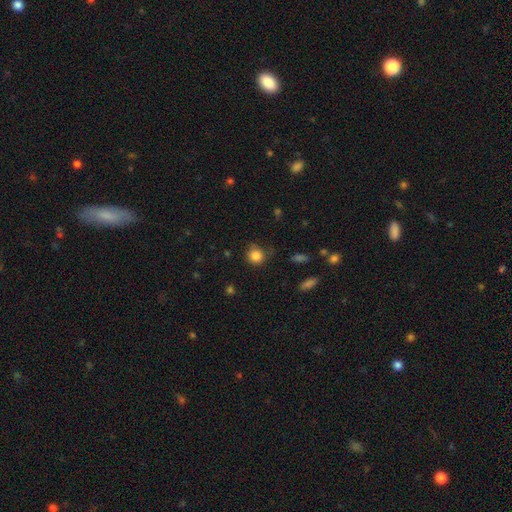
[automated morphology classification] smooth-or-featured: smooth: 85% | star or artifact: 11% | featured or disk: 5%
  how-rounded: round: 87% | in between: 12% | cigar-shaped: 1%
  merging: none: 69% | minor disturbance: 22% | major disturbance: 7% | merger: 2%